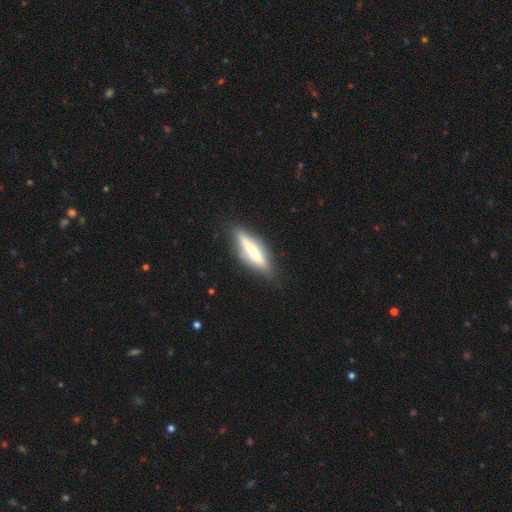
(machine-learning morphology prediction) Smooth or featured?
  - smooth: 48% *
  - featured or disk: 46%
  - star or artifact: 7%
Merging?
  - none: 82% *
  - minor disturbance: 12%
  - major disturbance: 3%
  - merger: 2%